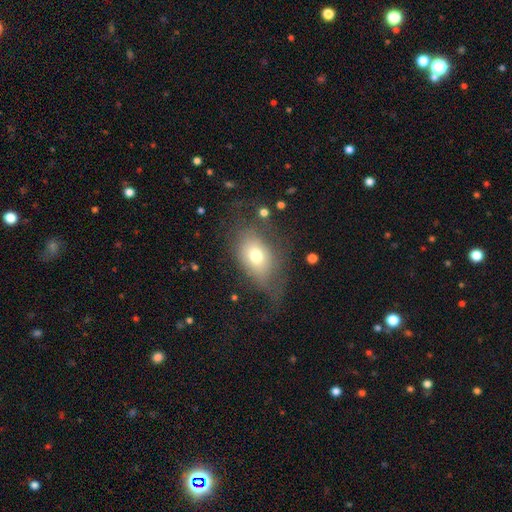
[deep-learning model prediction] Smooth or featured: smooth — 66% (featured or disk — 23%)
How rounded: in between — 77% (round — 21%)
Merging: none — 45% (minor disturbance — 27%)